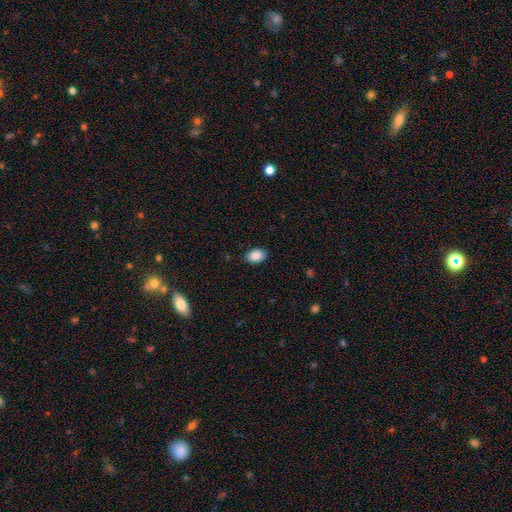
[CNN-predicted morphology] smooth_or_featured: smooth (p=0.88) [alt: star or artifact p=0.07]
how_rounded: in between (p=0.87) [alt: round p=0.12]
merging: none (p=0.88) [alt: minor disturbance p=0.09]